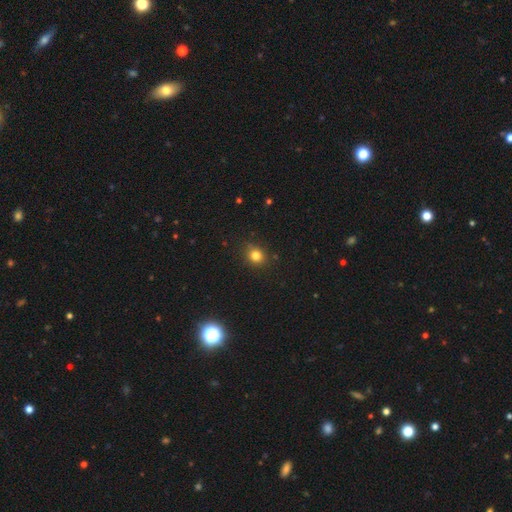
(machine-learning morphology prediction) Overall: smooth (81%). How rounded: round (78%). Merging: none (86%).